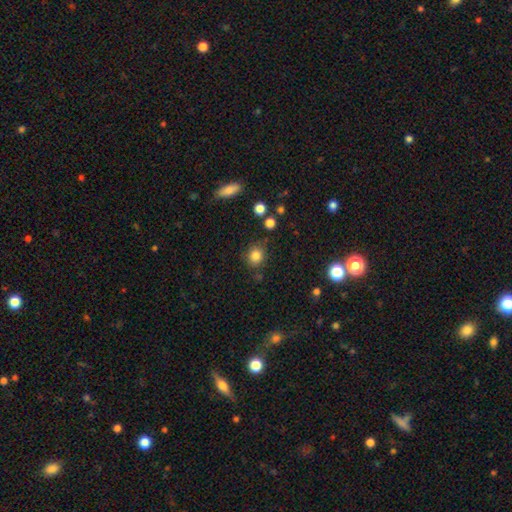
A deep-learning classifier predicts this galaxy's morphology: Q: Smooth or featured?
A: smooth (83%); runner-up: star or artifact (11%)
Q: How rounded?
A: round (79%); runner-up: in between (20%)
Q: Merging?
A: none (78%); runner-up: minor disturbance (14%)